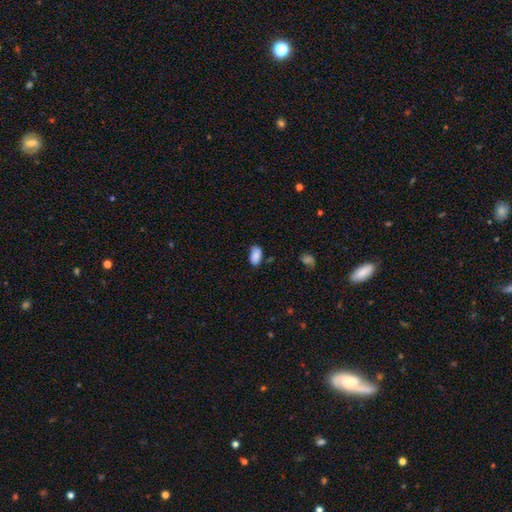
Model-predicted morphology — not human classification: Overall: smooth (85%). How rounded: in between (94%). Merging: none (68%).